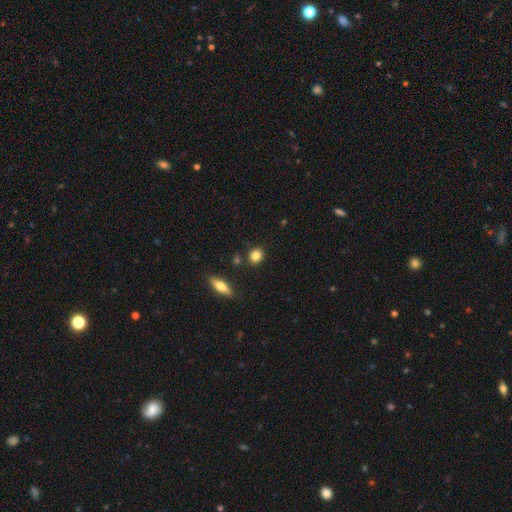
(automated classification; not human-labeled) smooth 84%, star or artifact 9%, featured or disk 6%. Down the decision tree: how rounded — round (73%); merging — none (82%).